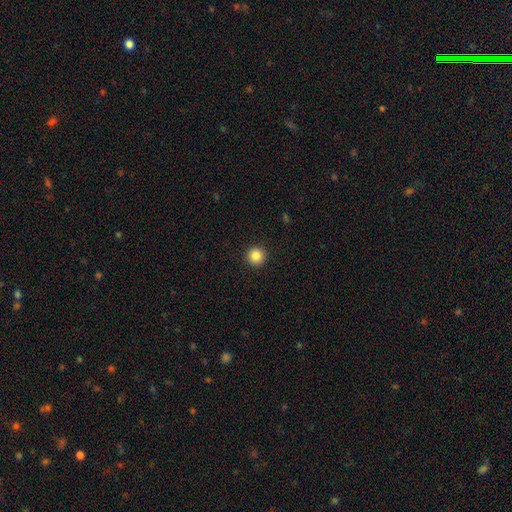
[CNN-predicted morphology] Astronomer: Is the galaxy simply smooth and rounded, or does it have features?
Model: smooth — 85%.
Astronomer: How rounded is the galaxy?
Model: round — 96%.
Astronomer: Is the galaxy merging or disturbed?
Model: none — 93%.